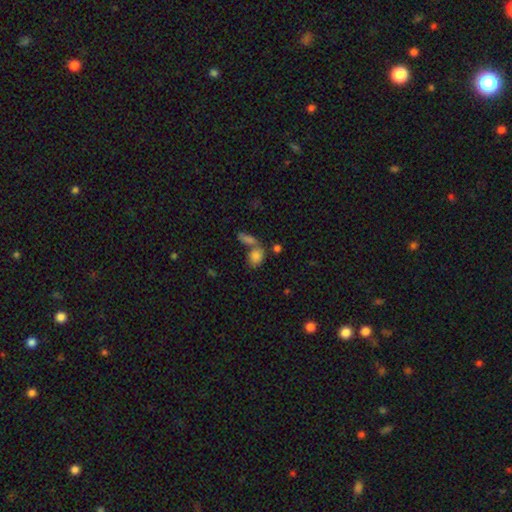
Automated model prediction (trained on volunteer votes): Overall: smooth (81%). How rounded: in between (62%; round 36%). Merging: merger (45%; none 39%).